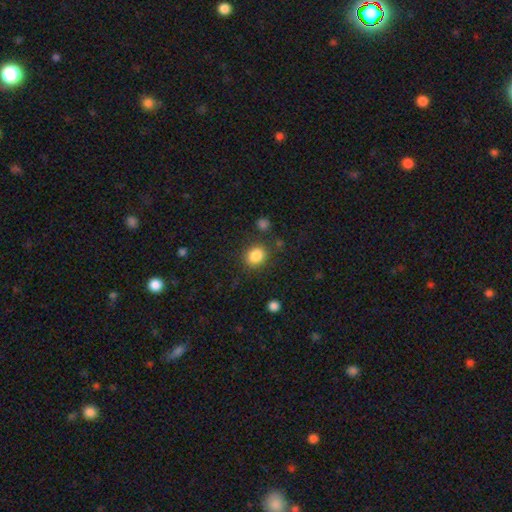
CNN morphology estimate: Smooth or featured? smooth (85%)
How rounded? round (67%)
Merging? none (83%)